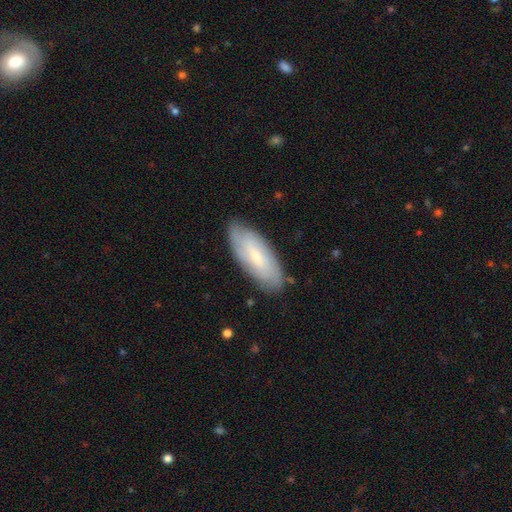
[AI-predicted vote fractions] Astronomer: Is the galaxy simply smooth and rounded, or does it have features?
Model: smooth — 48% (runner-up: featured or disk, 45%).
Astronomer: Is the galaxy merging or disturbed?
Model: none — 82%.